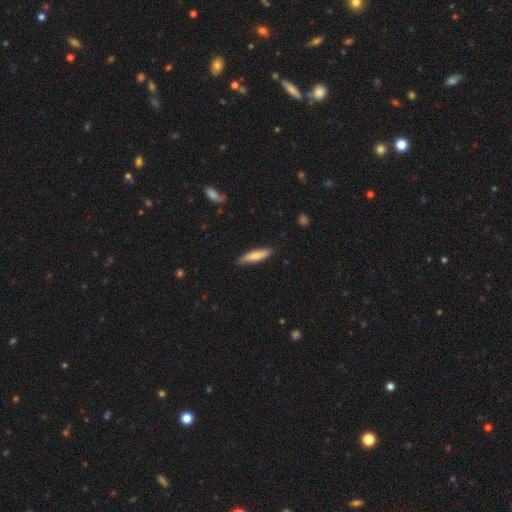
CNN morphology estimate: Q: Smooth or featured?
A: smooth (71%); runner-up: featured or disk (24%)
Q: How rounded?
A: cigar-shaped (75%); runner-up: in between (23%)
Q: Merging?
A: none (84%); runner-up: minor disturbance (13%)